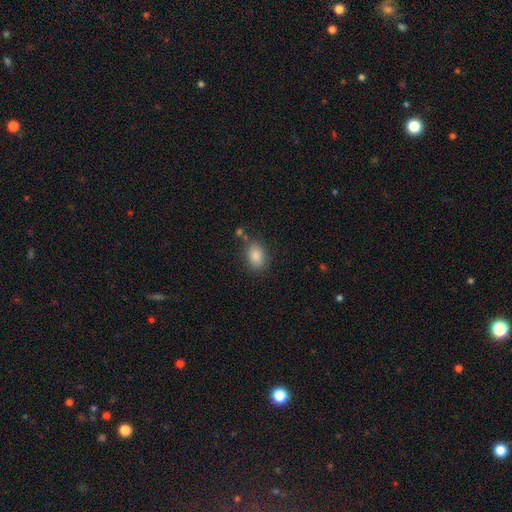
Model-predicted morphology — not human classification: type=smooth (86%); roundness=in between (79%); merging=none (78%).